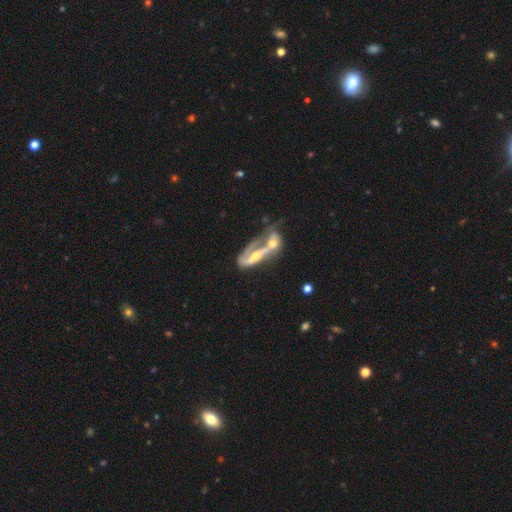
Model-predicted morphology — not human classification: The model was most divided on "bar": no: 46%, weak: 29%, strong: 25%. More confident: edge-on disk — no (83%); merging — merger (73%); smooth or featured — featured or disk (70%); spiral arms — yes (67%); bulge size — moderate (51%).